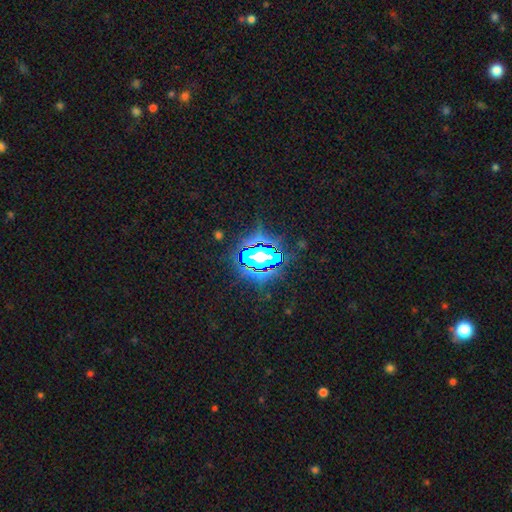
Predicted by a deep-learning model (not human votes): star or artifact 80%, smooth 12%, featured or disk 8%.